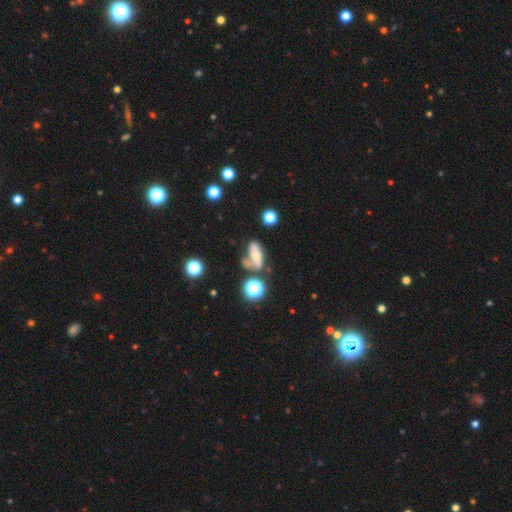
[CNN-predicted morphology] Smooth or featured? smooth (45%)
Merging? none (35%)